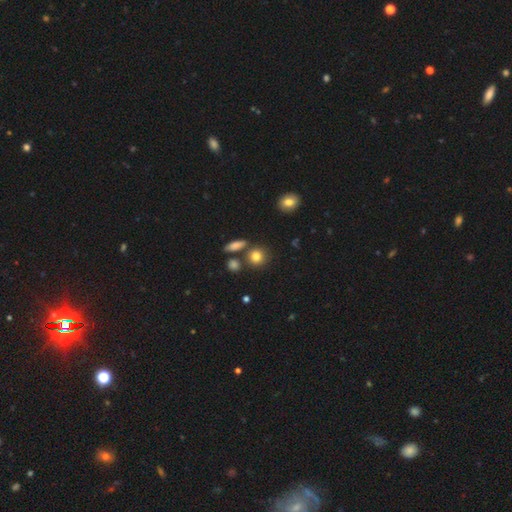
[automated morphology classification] Smooth or featured? Predicted: smooth (p=0.81). How rounded? Predicted: round (p=0.82). Merging? Predicted: none (p=0.75).